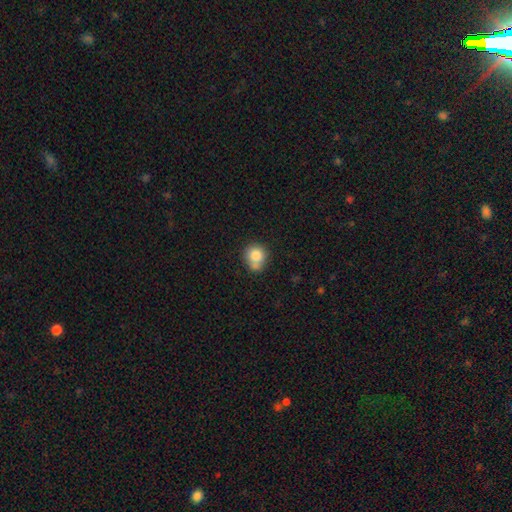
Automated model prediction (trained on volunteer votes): The model was most divided on "merging": none: 50%, merger: 29%, minor disturbance: 16%, major disturbance: 5%. More confident: how rounded — round (83%); smooth or featured — smooth (80%).